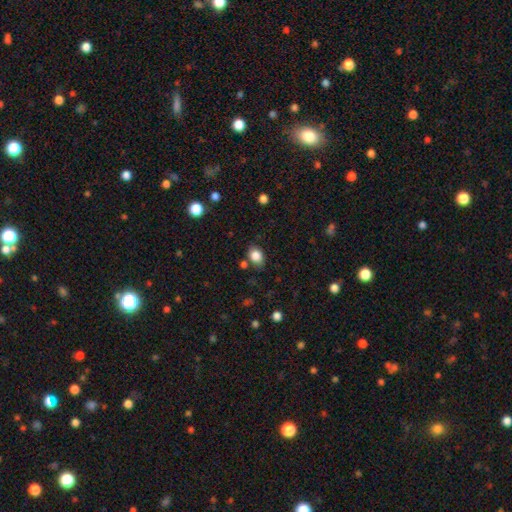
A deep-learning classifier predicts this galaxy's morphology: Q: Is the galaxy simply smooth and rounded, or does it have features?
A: smooth — 85%.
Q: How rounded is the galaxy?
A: in between — 66%.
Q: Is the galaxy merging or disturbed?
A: none — 74%.